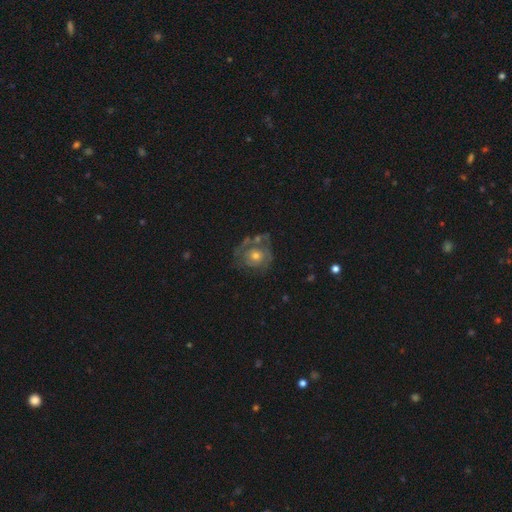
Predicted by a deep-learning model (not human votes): featured or disk 68%, smooth 24%, star or artifact 8%. Down the decision tree: edge-on disk — no (97%); bar — no (85%); spiral arms — yes (68%); bulge size — moderate (63%); merging — none (56%).